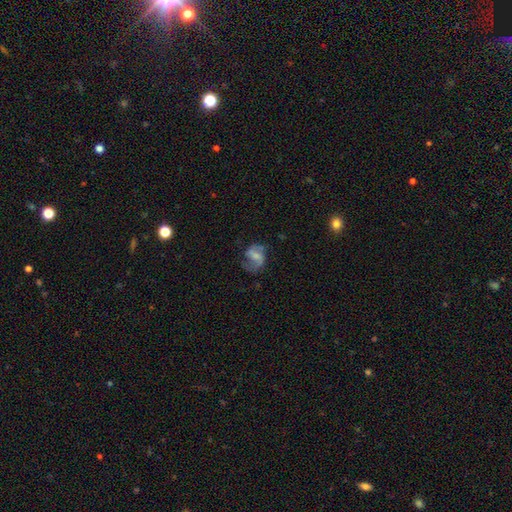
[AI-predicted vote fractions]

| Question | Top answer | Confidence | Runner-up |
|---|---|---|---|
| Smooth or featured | featured or disk | 66% | smooth (26%) |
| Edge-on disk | no | 98% | yes (2%) |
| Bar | weak | 47% | no (29%) |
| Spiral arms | yes | 87% | no (13%) |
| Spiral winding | medium | 45% | loose (41%) |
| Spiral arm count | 2 | 78% | 1 (11%) |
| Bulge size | small | 37% | moderate (28%) |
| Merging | none | 53% | major disturbance (22%) |